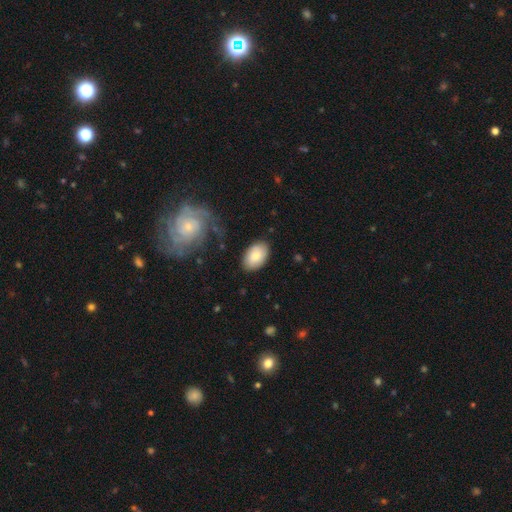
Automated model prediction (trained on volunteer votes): Q: Smooth or featured?
A: smooth (82%); runner-up: featured or disk (12%)
Q: How rounded?
A: in between (92%); runner-up: round (7%)
Q: Merging?
A: none (84%); runner-up: minor disturbance (11%)